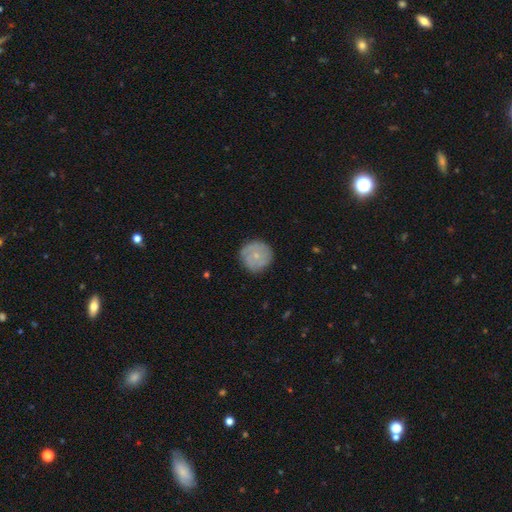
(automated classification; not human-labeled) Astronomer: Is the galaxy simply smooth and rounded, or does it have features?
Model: smooth — 62%.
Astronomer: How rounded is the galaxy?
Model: round — 95%.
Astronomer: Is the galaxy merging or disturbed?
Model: none — 80%.